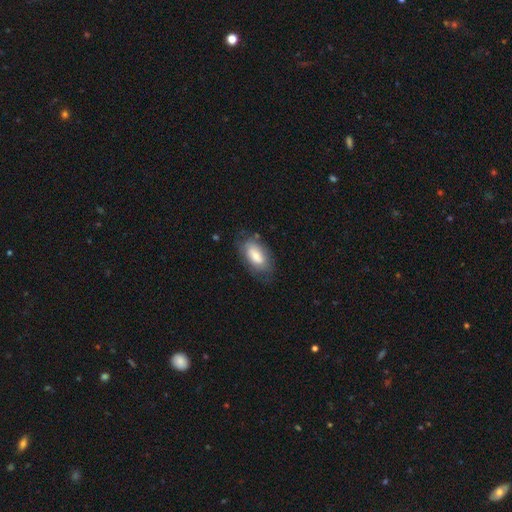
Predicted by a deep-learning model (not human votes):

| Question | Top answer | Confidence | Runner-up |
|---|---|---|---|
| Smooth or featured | smooth | 68% | featured or disk (25%) |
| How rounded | in between | 92% | cigar-shaped (5%) |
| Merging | none | 67% | minor disturbance (22%) |